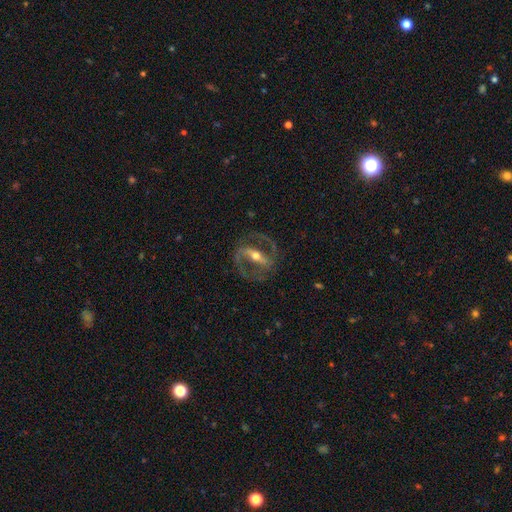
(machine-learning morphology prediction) A featured or disk galaxy (87%) with a strong bar (66%), 2 (91%) medium (54%) spiral arms (91%) and a moderate central bulge (55%). Merging: none (80%).